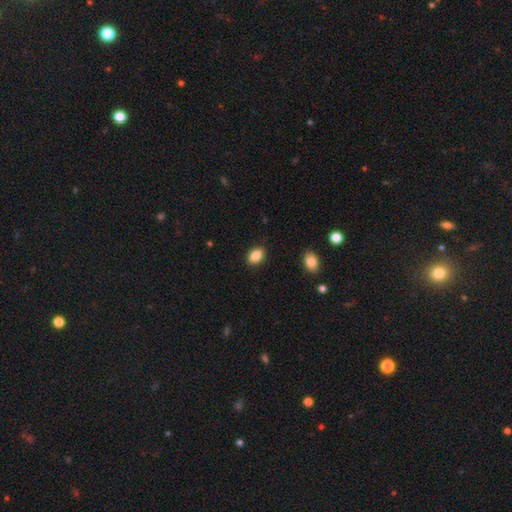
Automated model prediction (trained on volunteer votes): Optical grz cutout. It shows a smooth galaxy with no disk features (87%) that is in between round and cigar-shaped (82%). Merging: none (89%).